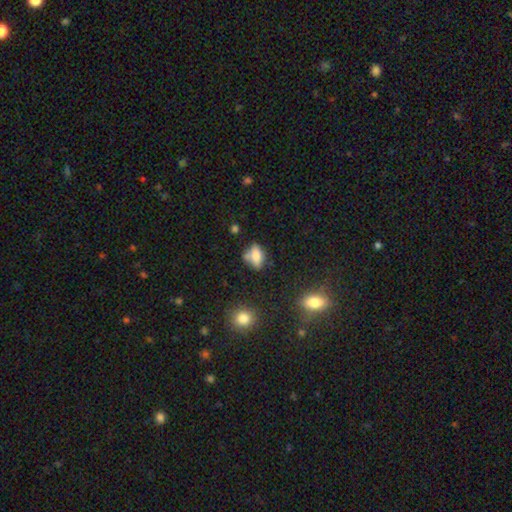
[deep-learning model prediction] smooth 70%, featured or disk 19%, star or artifact 10%. Down the decision tree: how rounded — in between (78%); merging — none (54%).